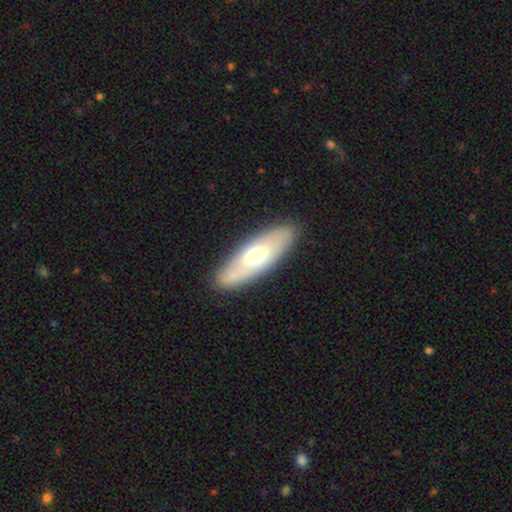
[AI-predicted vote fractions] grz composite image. It shows a smooth galaxy with no disk features (48%). Merging: none (87%).